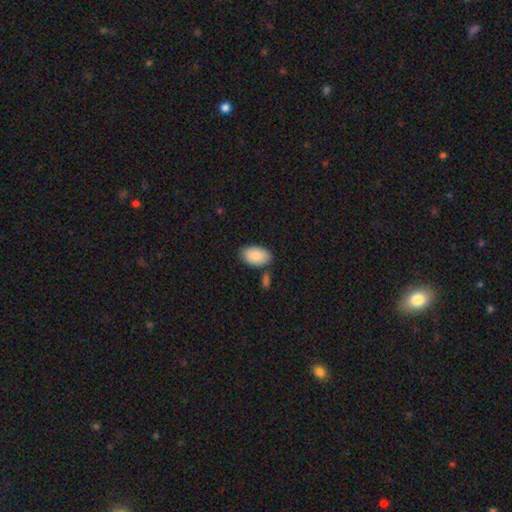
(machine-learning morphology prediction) Q: Smooth or featured?
A: smooth (90%); runner-up: star or artifact (6%)
Q: How rounded?
A: in between (95%); runner-up: round (4%)
Q: Merging?
A: none (77%); runner-up: minor disturbance (13%)